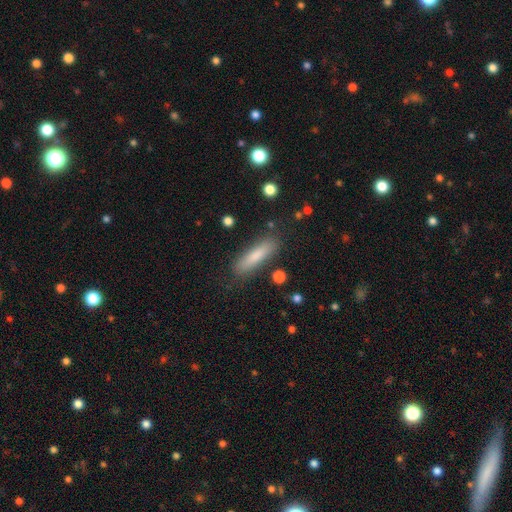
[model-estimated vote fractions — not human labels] A smooth galaxy with no disk features (78%) that is cigar-shaped (75%). Merging: none (83%).